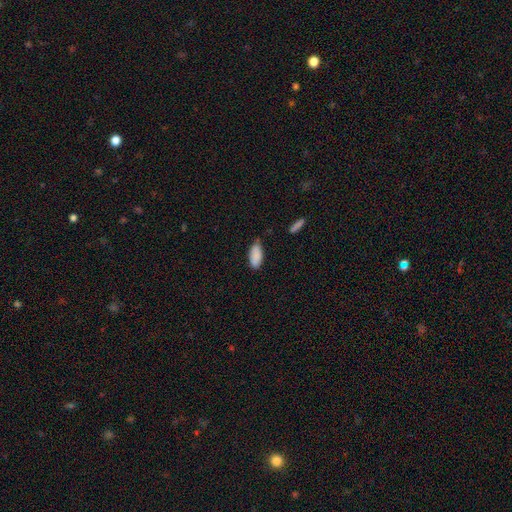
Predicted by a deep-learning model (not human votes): The model was most divided on "merging": none: 62%, minor disturbance: 30%, major disturbance: 5%, merger: 3%. More confident: smooth or featured — smooth (88%); how rounded — in between (88%).